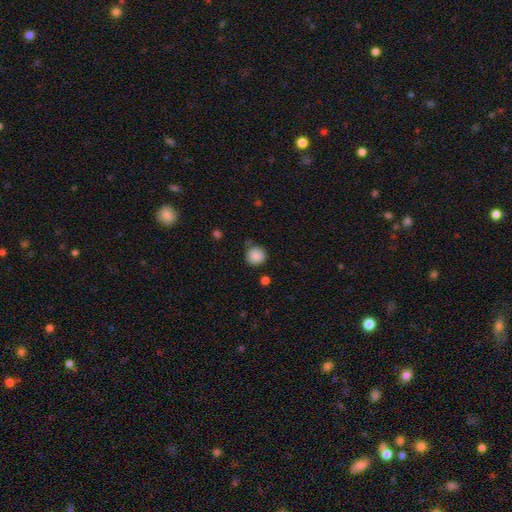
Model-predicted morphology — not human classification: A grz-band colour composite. It shows a smooth galaxy with no disk features (88%) that is round (92%). Merging: none (81%).